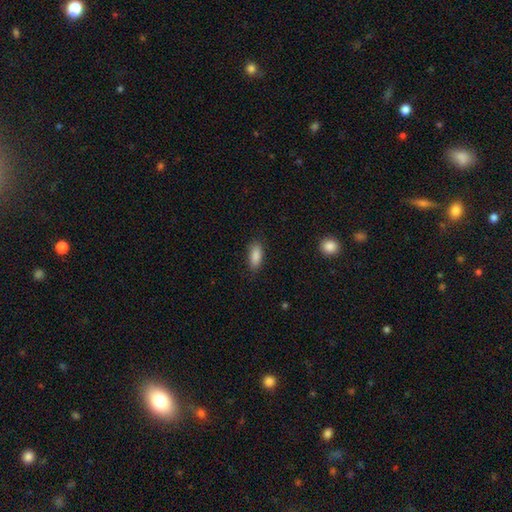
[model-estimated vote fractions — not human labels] Smooth or featured? Predicted: smooth (p=0.88). How rounded? Predicted: in between (p=0.82). Merging? Predicted: none (p=0.83).